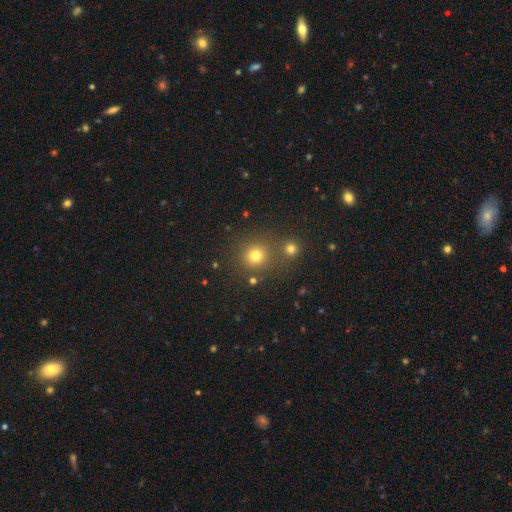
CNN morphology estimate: The model was most divided on "smooth or featured": smooth: 75%, star or artifact: 18%, featured or disk: 6%. More confident: how rounded — round (91%); merging — none (77%).